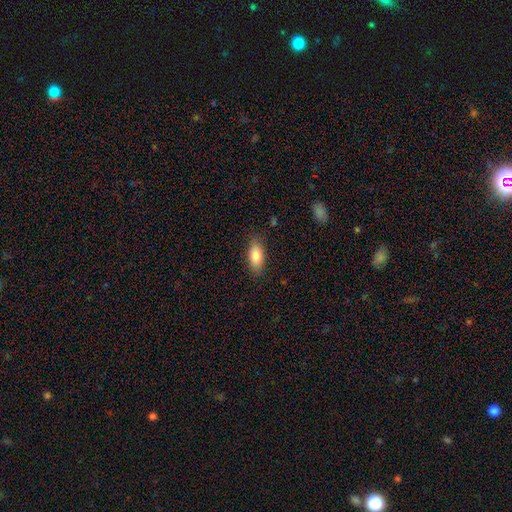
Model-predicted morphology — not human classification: This appears to be a smooth galaxy with no disk features (85%) that is in between round and cigar-shaped (83%). Merging: none (85%).